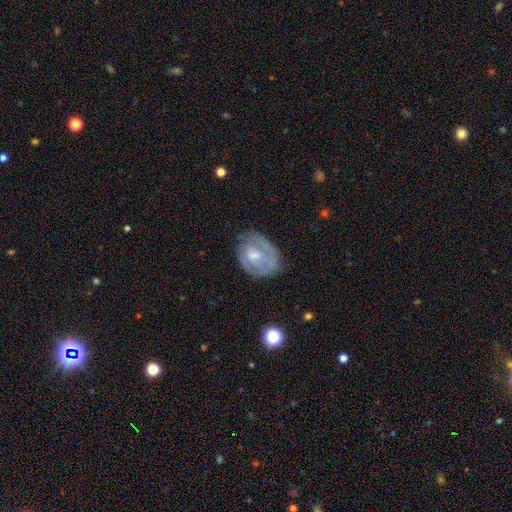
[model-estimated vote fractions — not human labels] Smooth or featured? featured or disk (56%)
Edge-on disk? no (96%)
Bar? no (59%)
Spiral arms? yes (57%)
Bulge size? moderate (50%)
Merging? none (59%)